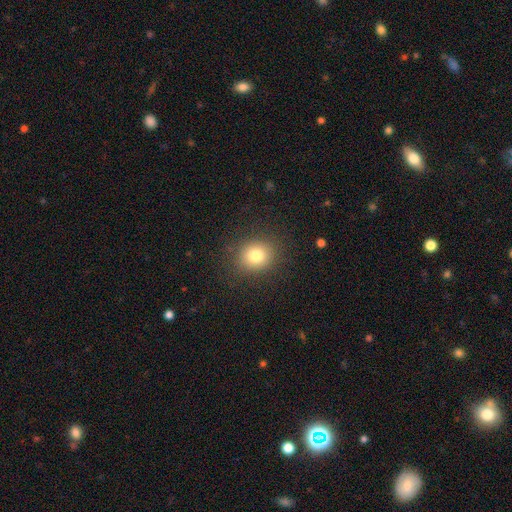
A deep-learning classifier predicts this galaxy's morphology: Smooth or featured? smooth (79%)
How rounded? round (76%)
Merging? none (87%)